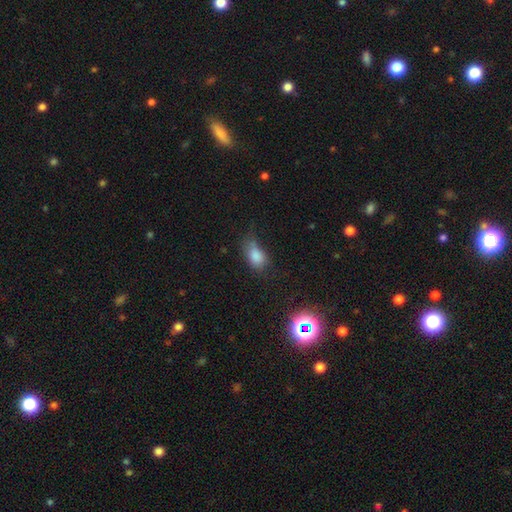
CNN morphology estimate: The model was most divided on "merging": none: 44%, minor disturbance: 35%, major disturbance: 18%, merger: 4%. More confident: how rounded — in between (81%); smooth or featured — smooth (79%).